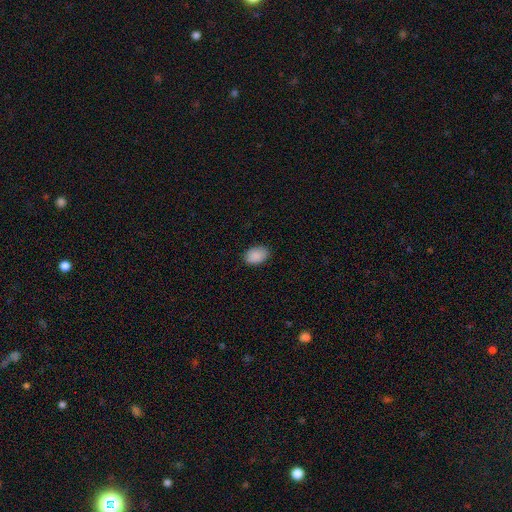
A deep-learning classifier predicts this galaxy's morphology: Smooth or featured? Predicted: smooth (p=0.90). How rounded? Predicted: in between (p=0.87). Merging? Predicted: none (p=0.86).